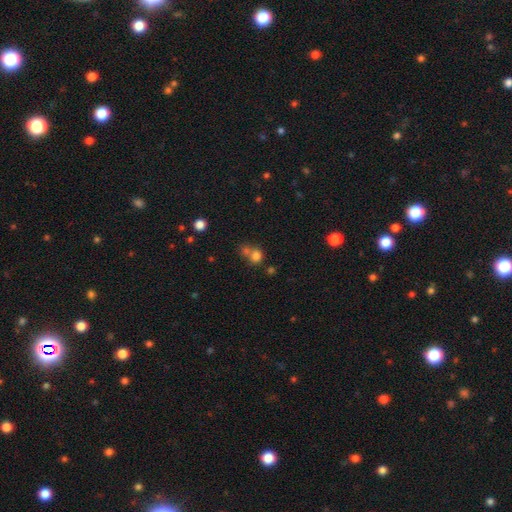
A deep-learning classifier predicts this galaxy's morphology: Smooth or featured? Predicted: smooth (p=0.76). How rounded? Predicted: round (p=0.79). Merging? Predicted: merger (p=0.45).